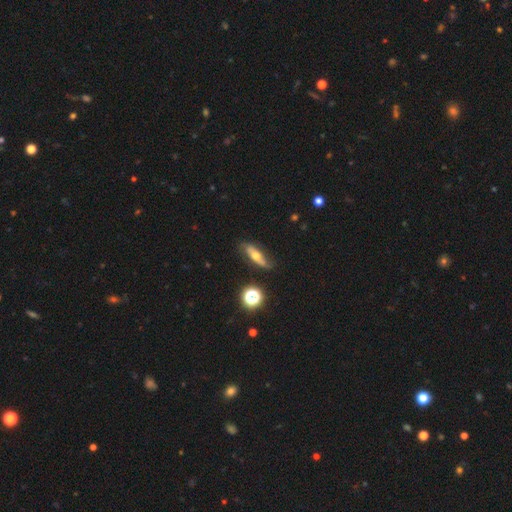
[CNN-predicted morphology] Smooth or featured: featured or disk — 53% (smooth — 38%)
Edge-on disk: yes — 56% (no — 44%)
Merging: none — 70% (minor disturbance — 21%)